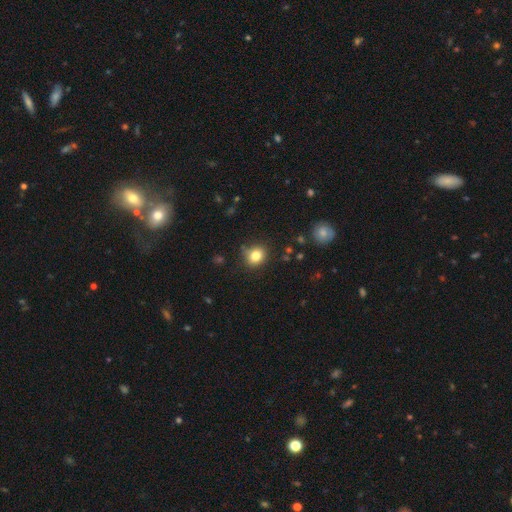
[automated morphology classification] The model was most divided on "how rounded": round: 75%, in between: 24%, cigar-shaped: 1%. More confident: smooth or featured — smooth (81%); merging — none (81%).